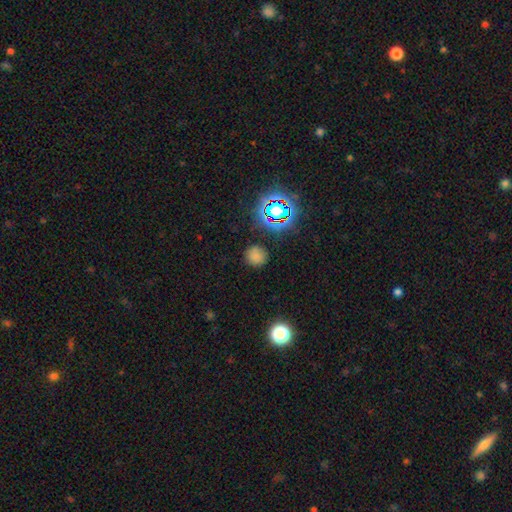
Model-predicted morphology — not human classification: Smooth or featured?
  - smooth: 69% *
  - star or artifact: 24%
  - featured or disk: 6%
How rounded?
  - round: 89% *
  - in between: 10%
  - cigar-shaped: 1%
Merging?
  - none: 84% *
  - minor disturbance: 10%
  - major disturbance: 4%
  - merger: 2%